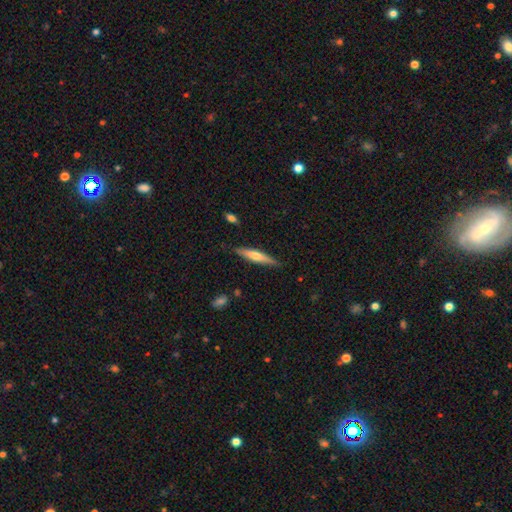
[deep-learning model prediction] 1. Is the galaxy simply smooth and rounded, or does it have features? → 49% smooth, 45% featured or disk, 6% star or artifact.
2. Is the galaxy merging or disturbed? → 85% none, 12% minor disturbance, 2% major disturbance, 2% merger.